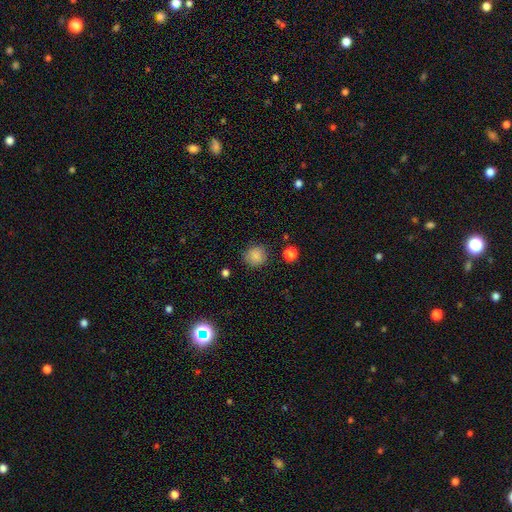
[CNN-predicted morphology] Smooth or featured: smooth — 85% (star or artifact — 10%)
How rounded: round — 90% (in between — 9%)
Merging: none — 86% (minor disturbance — 9%)